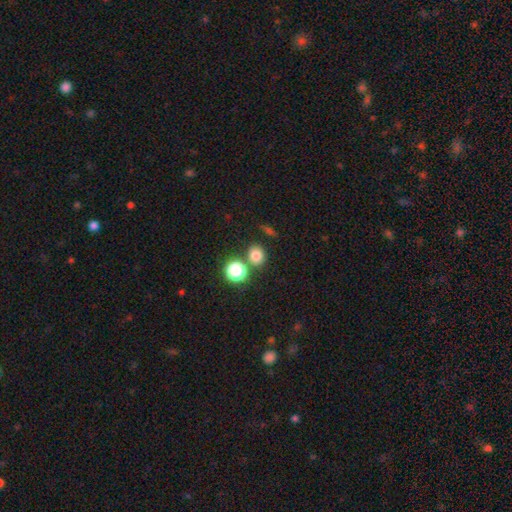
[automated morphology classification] Smooth or featured? Predicted: smooth (p=0.78). How rounded? Predicted: round (p=0.69). Merging? Predicted: none (p=0.75).